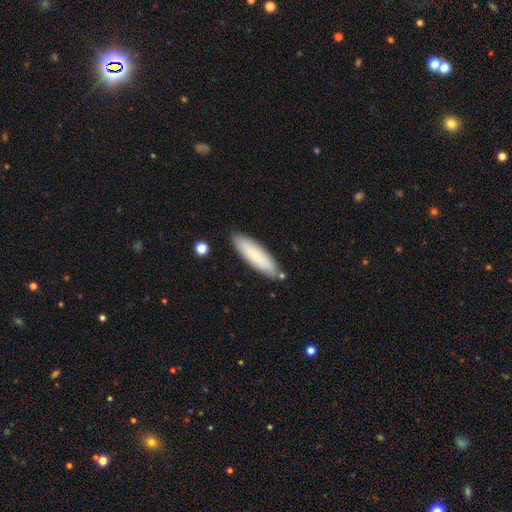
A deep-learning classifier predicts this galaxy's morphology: smooth-or-featured: smooth: 74% | featured or disk: 20% | star or artifact: 6%
  how-rounded: cigar-shaped: 64% | in between: 34% | round: 1%
  merging: none: 83% | minor disturbance: 12% | merger: 3% | major disturbance: 2%